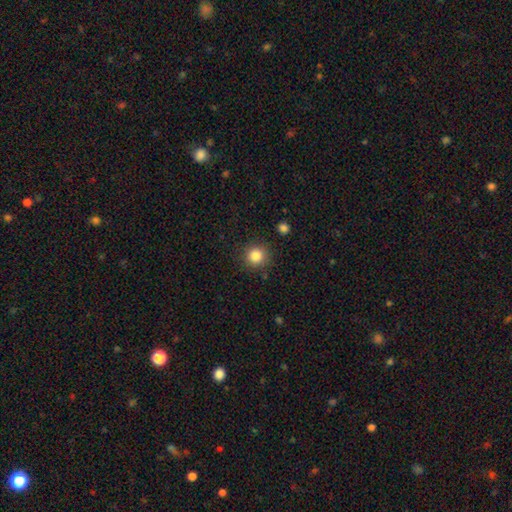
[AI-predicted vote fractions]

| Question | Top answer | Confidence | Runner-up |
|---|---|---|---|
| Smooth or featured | smooth | 84% | star or artifact (11%) |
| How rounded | round | 93% | in between (6%) |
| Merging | none | 89% | minor disturbance (7%) |